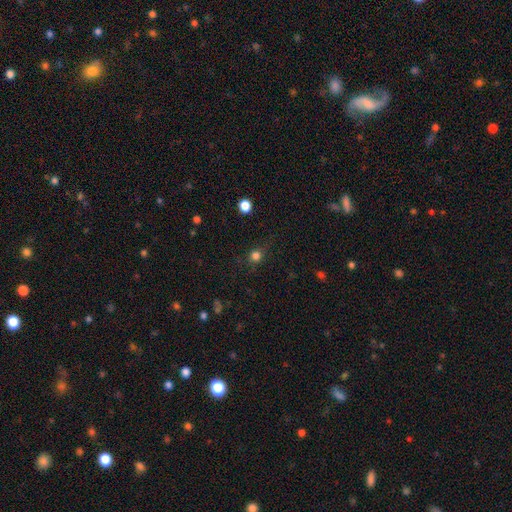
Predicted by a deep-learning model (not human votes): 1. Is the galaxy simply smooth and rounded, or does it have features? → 76% smooth, 18% star or artifact, 6% featured or disk.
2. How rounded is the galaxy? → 87% round, 12% in between, 1% cigar-shaped.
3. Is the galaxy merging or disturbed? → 78% none, 14% minor disturbance, 6% major disturbance, 2% merger.